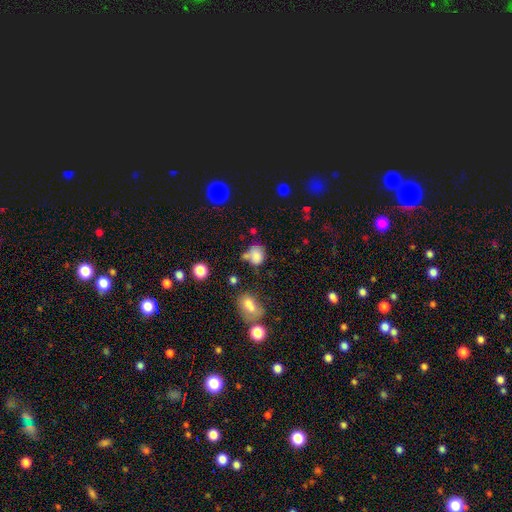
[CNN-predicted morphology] type=smooth (78%); roundness=round (52%); merging=none (39%).